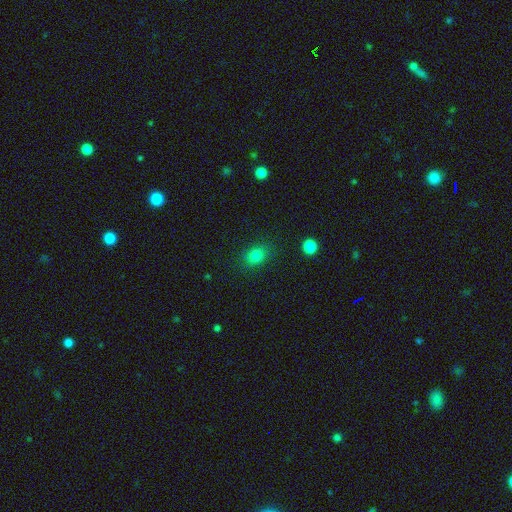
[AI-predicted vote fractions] Smooth or featured?
  - smooth: 82% *
  - star or artifact: 12%
  - featured or disk: 6%
How rounded?
  - in between: 56% *
  - round: 43%
  - cigar-shaped: 1%
Merging?
  - none: 83% *
  - minor disturbance: 11%
  - major disturbance: 4%
  - merger: 2%